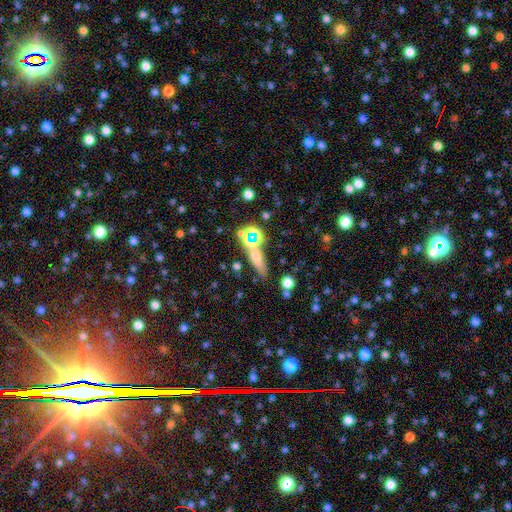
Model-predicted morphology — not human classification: A smooth galaxy with no disk features (43%).

Vote fractions:
- Smooth or featured? smooth: 43% / star or artifact: 34% / featured or disk: 23%
- Merging? none: 63% / merger: 18% / minor disturbance: 12% / major disturbance: 7%